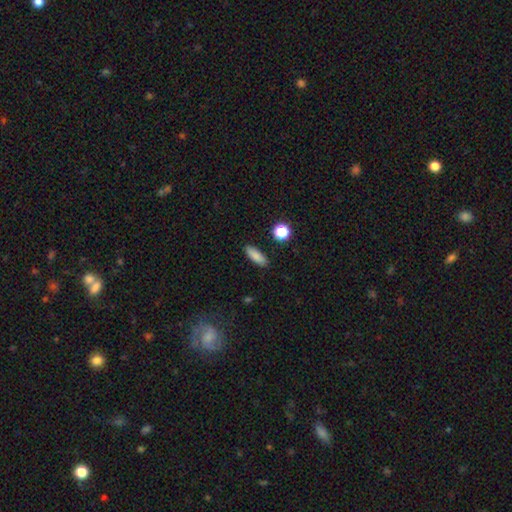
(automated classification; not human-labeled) smooth 85%, star or artifact 9%, featured or disk 6%. Down the decision tree: how rounded — in between (60%); merging — none (88%).